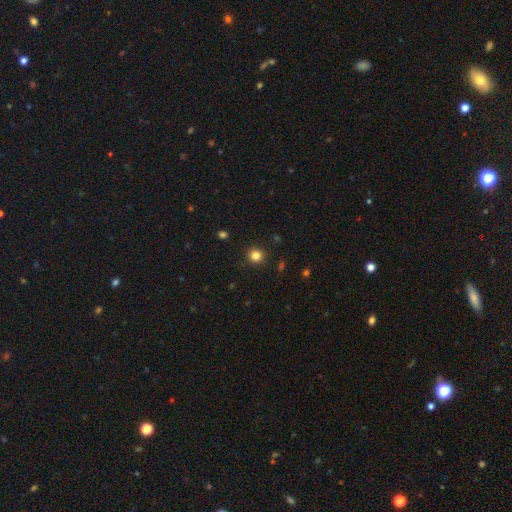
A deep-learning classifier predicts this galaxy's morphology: This appears to be a smooth galaxy with no disk features (83%) that is round (93%). Merging: none (91%).